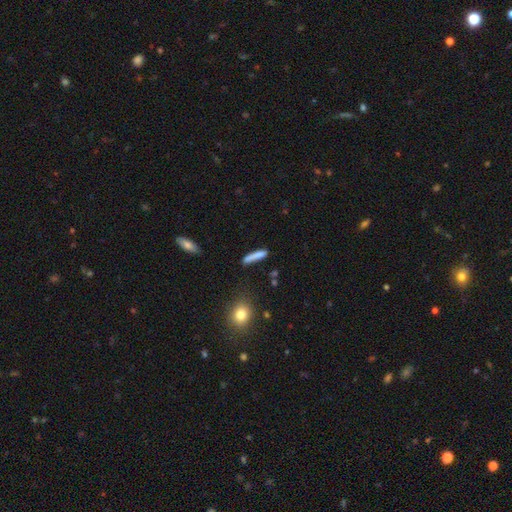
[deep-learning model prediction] This is likely a smooth galaxy (76%). How rounded: clearly cigar-shaped (89%). Merging: likely none (69%).